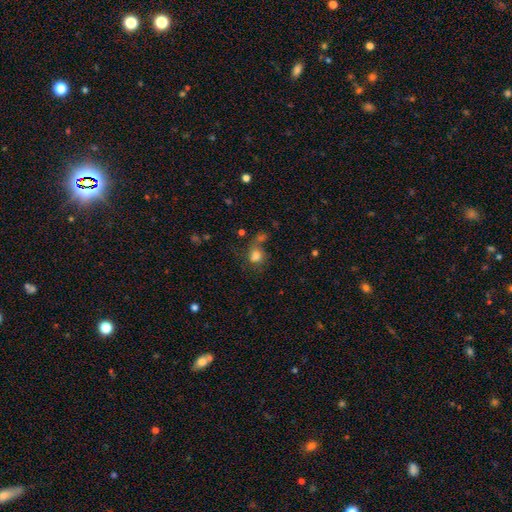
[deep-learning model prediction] This appears to be a smooth galaxy with no disk features (76%) that is round (56%). Merging: none (43%).